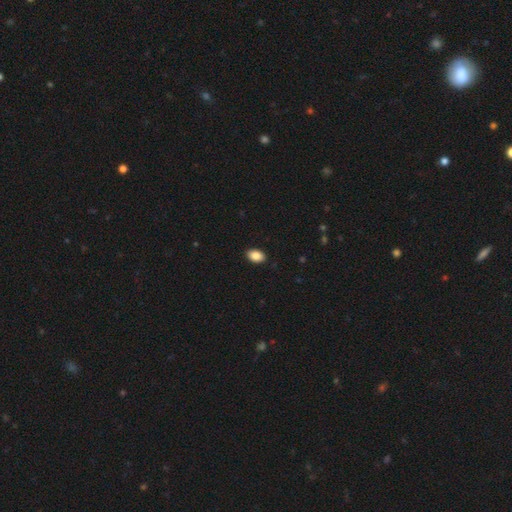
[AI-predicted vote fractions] Overall: smooth (88%). How rounded: in between (90%). Merging: none (90%).